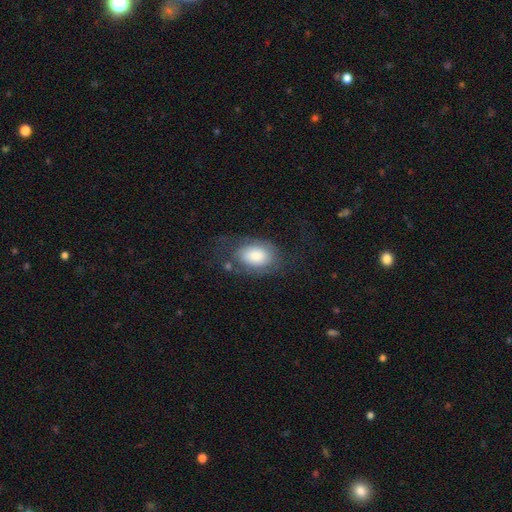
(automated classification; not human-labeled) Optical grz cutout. It shows a smooth galaxy with no disk features (67%) that is in between round and cigar-shaped (85%). Merging: none (49%).